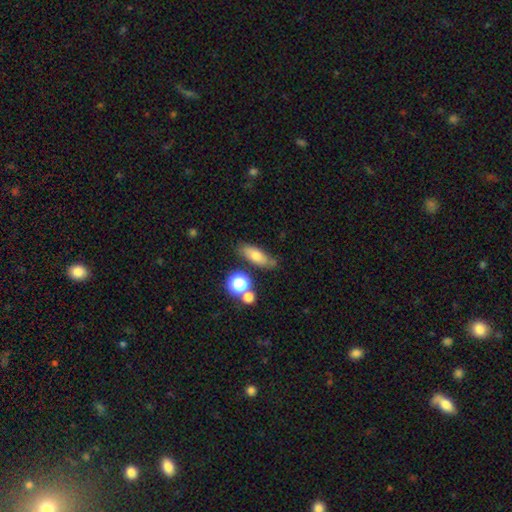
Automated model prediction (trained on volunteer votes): smooth-or-featured: smooth: 68% | featured or disk: 20% | star or artifact: 11%
  how-rounded: in between: 62% | cigar-shaped: 29% | round: 9%
  merging: none: 70% | minor disturbance: 17% | merger: 8% | major disturbance: 5%